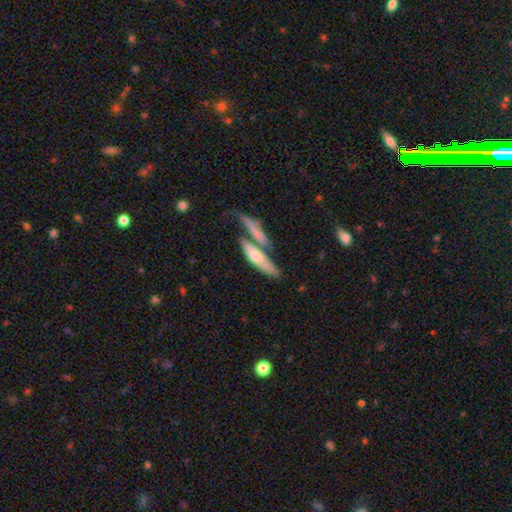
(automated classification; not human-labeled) This is possibly a smooth galaxy (54%). How rounded: likely cigar-shaped (70%). Merging: marginally merger (41%).